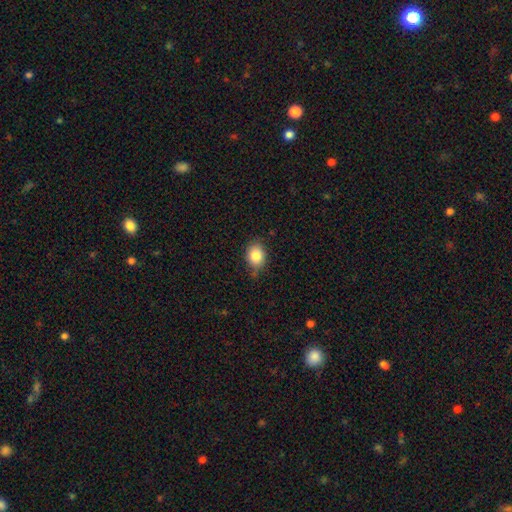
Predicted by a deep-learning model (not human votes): Smooth or featured? Predicted: smooth (p=0.84). How rounded? Predicted: in between (p=0.55). Merging? Predicted: none (p=0.75).